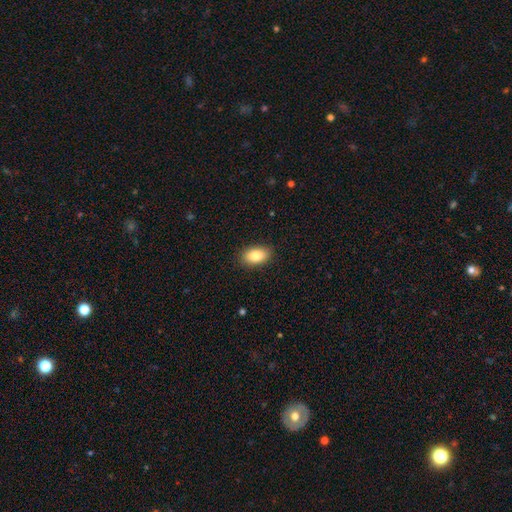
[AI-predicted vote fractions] Smooth or featured? smooth (84%)
How rounded? in between (91%)
Merging? none (88%)